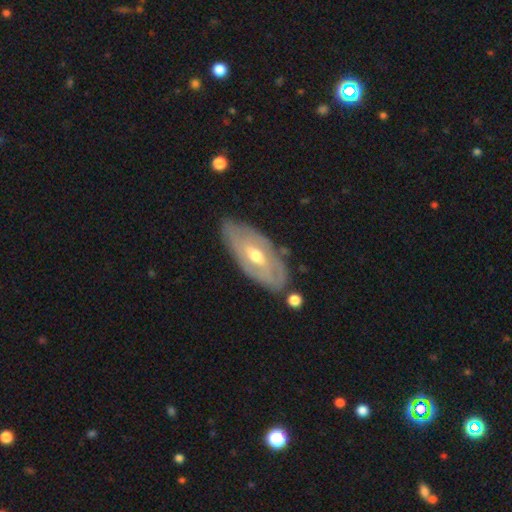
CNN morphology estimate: A featured or disk galaxy (71%) with a weak bar (43%), spiral arms (62%) and a moderate central bulge (66%). Merging: none (75%).